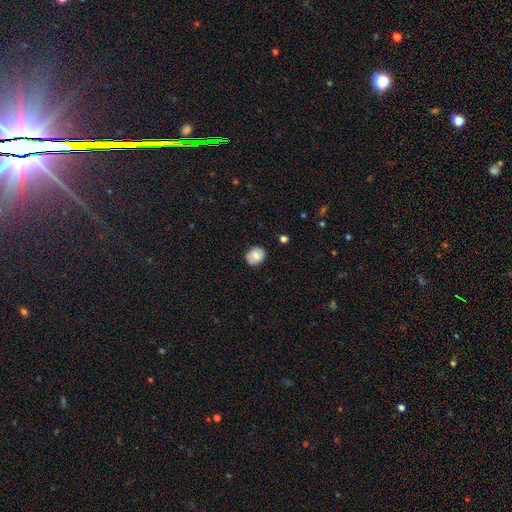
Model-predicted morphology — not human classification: A smooth galaxy with no disk features (74%) that is round (63%). Merging: none (80%).